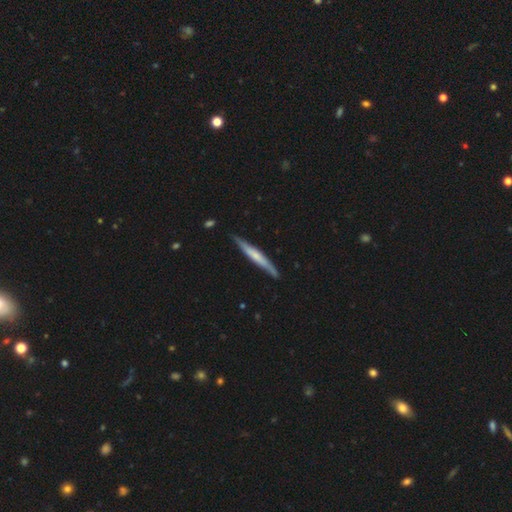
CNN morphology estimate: This is possibly a featured or disk galaxy (49%). Merging: clearly none (84%).